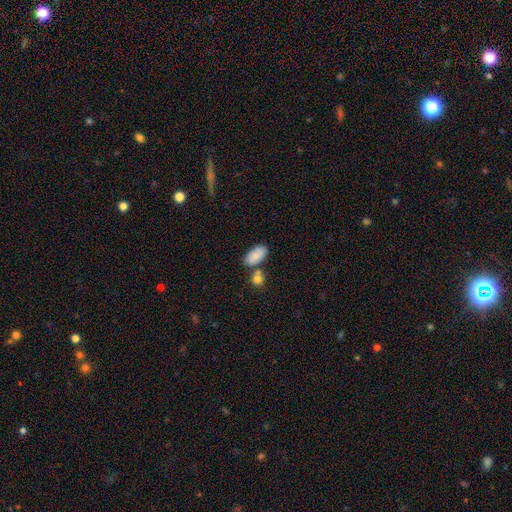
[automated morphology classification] smooth-or-featured: smooth: 83% | featured or disk: 10% | star or artifact: 7%
  how-rounded: in between: 92% | cigar-shaped: 4% | round: 4%
  merging: none: 64% | merger: 17% | minor disturbance: 15% | major disturbance: 4%